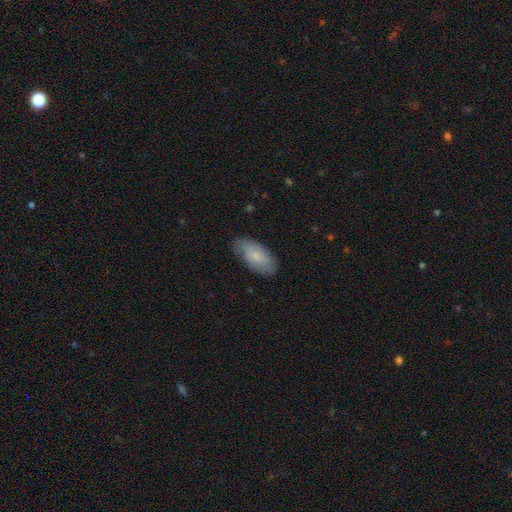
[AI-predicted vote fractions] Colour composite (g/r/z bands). It shows a smooth galaxy with no disk features (69%) that is in between round and cigar-shaped (91%). Merging: none (74%).